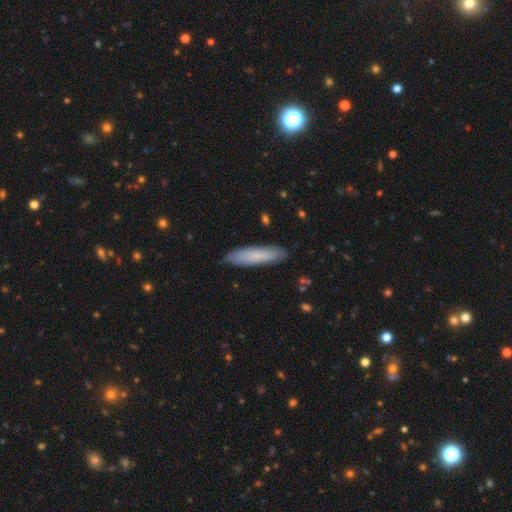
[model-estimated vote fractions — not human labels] This is likely a smooth galaxy (74%). How rounded: likely cigar-shaped (79%). Merging: clearly none (85%).